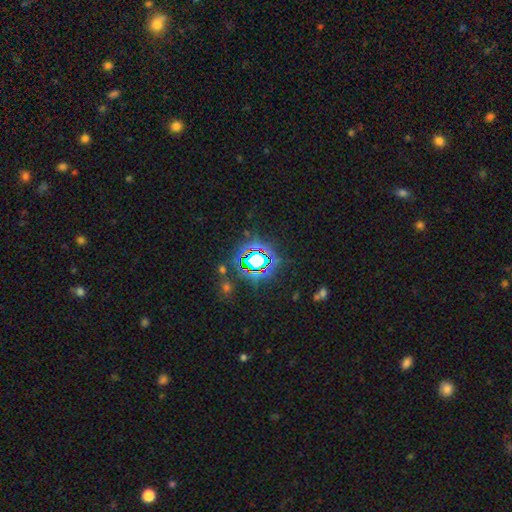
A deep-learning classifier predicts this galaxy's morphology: star or artifact 74%, smooth 15%, featured or disk 10%.